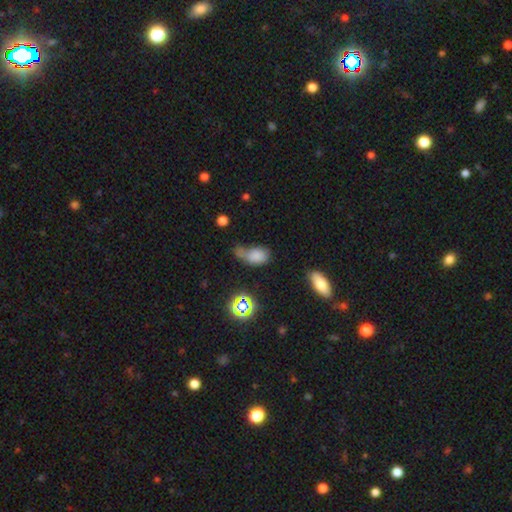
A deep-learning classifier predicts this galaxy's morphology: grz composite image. It shows a smooth galaxy with no disk features (73%) that is in between round and cigar-shaped (81%). Merging: none (29%).